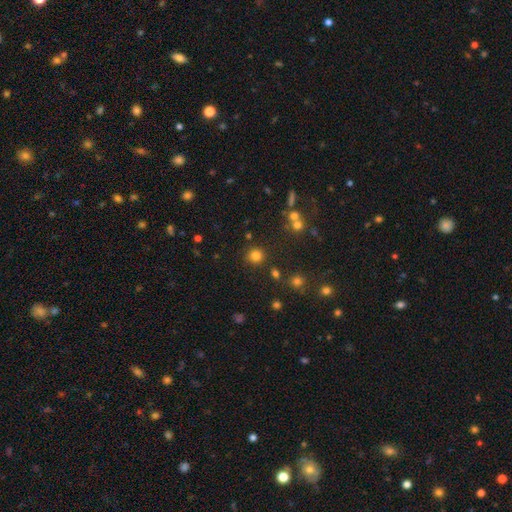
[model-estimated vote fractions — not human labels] Morphology: type=smooth (80%); roundness=round (93%); merging=none (86%).